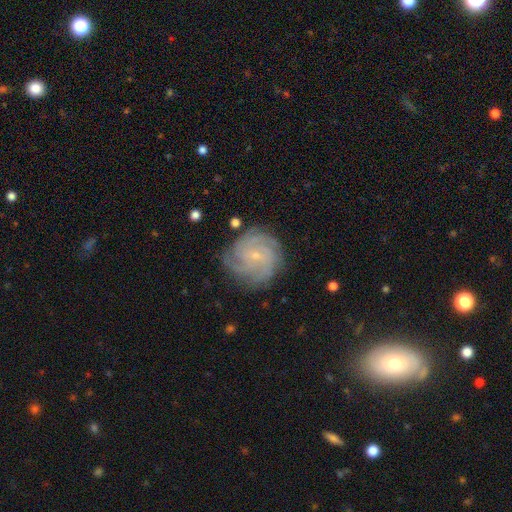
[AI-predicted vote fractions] This appears to be a featured or disk galaxy (82%) with no bar (63%), 4 (32%) tight (69%) spiral arms (96%) and a small central bulge (84%). Merging: none (79%).